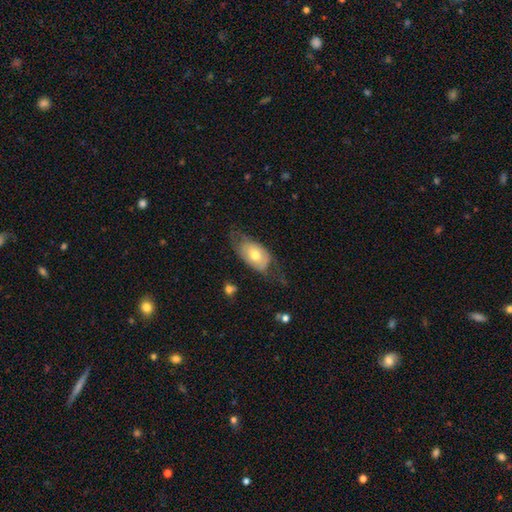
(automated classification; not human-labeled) The model was most divided on "merging": none: 40%, minor disturbance: 31%, major disturbance: 26%, merger: 3%. More confident: how rounded — in between (90%); smooth or featured — smooth (58%).